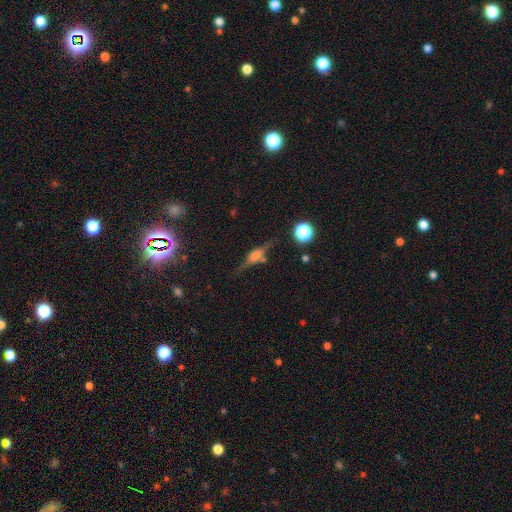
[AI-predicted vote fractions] Smooth or featured?
  - featured or disk: 66% *
  - smooth: 22%
  - star or artifact: 12%
Edge-on disk?
  - yes: 94% *
  - no: 6%
Edge-on bulge?
  - rounded: 77% *
  - boxy: 19%
  - none: 4%
Merging?
  - none: 72% *
  - minor disturbance: 16%
  - major disturbance: 7%
  - merger: 4%